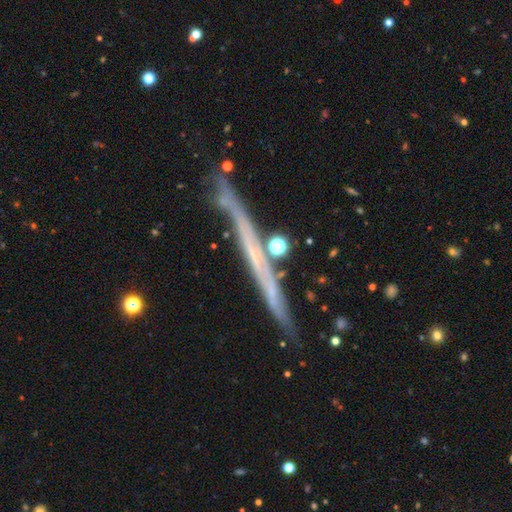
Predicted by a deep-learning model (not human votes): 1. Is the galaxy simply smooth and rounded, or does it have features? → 71% featured or disk, 21% smooth, 8% star or artifact.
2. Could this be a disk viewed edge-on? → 95% yes, 5% no.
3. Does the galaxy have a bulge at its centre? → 79% none, 17% rounded, 4% boxy.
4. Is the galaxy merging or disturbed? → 81% none, 13% minor disturbance, 4% merger, 3% major disturbance.